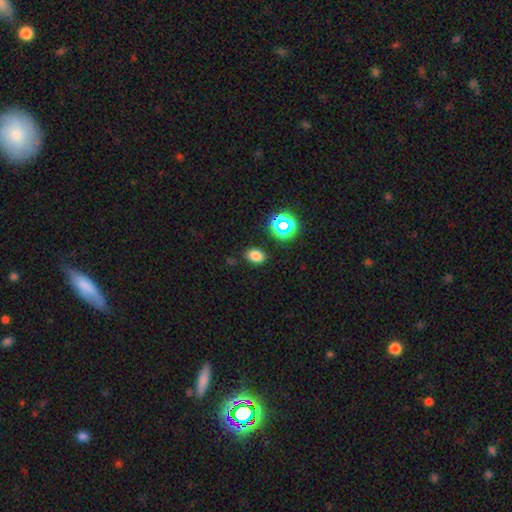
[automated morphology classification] Smooth or featured? Predicted: smooth (p=0.76). How rounded? Predicted: in between (p=0.75). Merging? Predicted: none (p=0.84).